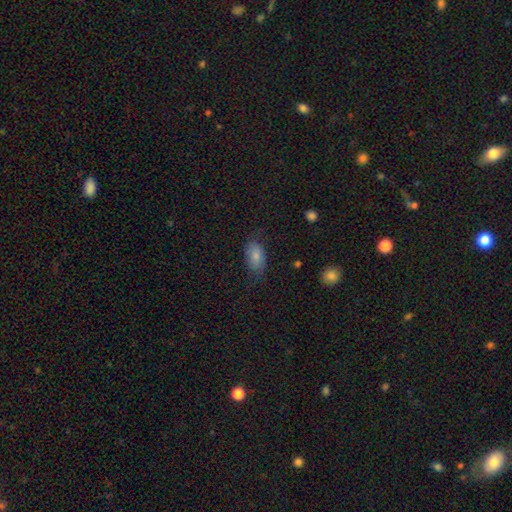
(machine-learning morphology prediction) Smooth or featured: smooth — 80% (featured or disk — 12%)
How rounded: in between — 92% (round — 6%)
Merging: none — 67% (minor disturbance — 23%)